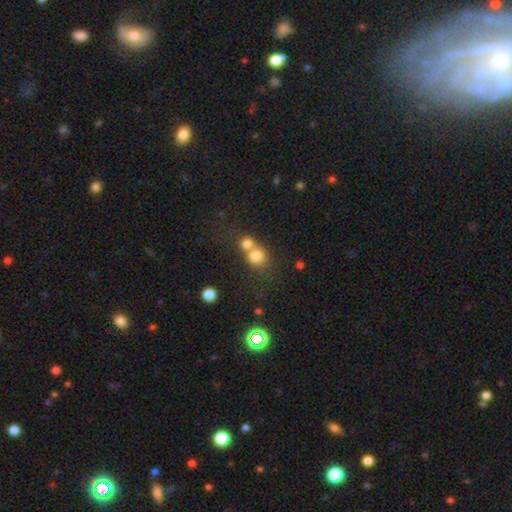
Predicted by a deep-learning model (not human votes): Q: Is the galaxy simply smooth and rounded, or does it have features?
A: smooth — 75%.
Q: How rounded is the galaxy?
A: round — 78%.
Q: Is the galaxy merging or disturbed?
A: merger — 60%.